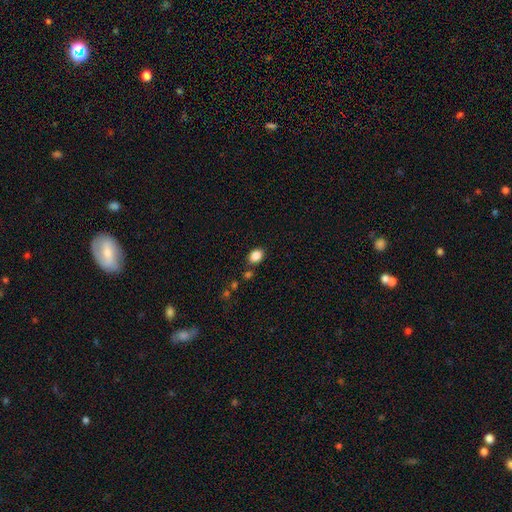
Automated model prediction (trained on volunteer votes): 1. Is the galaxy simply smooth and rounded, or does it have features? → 86% smooth, 9% star or artifact, 4% featured or disk.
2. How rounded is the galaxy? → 70% in between, 29% round, 1% cigar-shaped.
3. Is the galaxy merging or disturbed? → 79% none, 12% minor disturbance, 6% merger, 3% major disturbance.